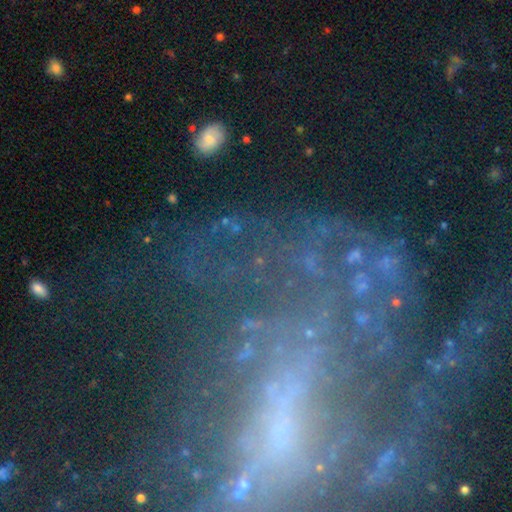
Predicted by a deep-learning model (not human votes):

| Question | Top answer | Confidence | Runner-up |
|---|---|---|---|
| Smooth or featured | featured or disk | 58% | star or artifact (27%) |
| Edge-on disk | no | 93% | yes (7%) |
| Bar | no | 60% | weak (23%) |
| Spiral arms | yes | 58% | no (42%) |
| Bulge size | none | 39% | small (38%) |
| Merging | none | 57% | major disturbance (21%) |